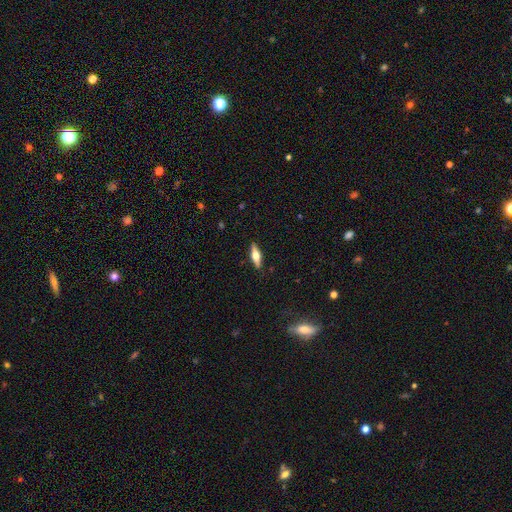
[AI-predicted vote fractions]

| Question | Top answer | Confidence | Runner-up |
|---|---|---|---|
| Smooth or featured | featured or disk | 53% | smooth (41%) |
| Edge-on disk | yes | 93% | no (7%) |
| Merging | none | 89% | minor disturbance (8%) |